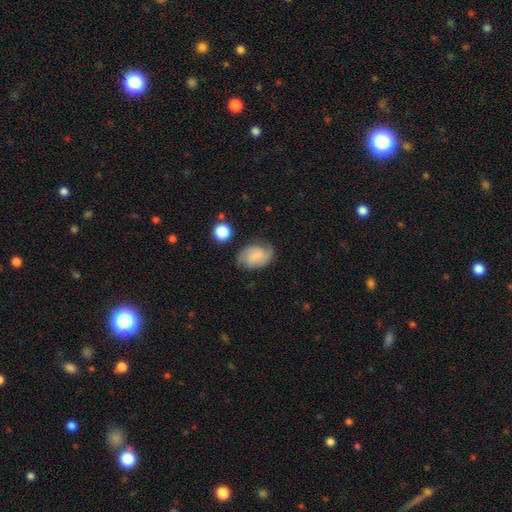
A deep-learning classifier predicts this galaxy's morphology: smooth_or_featured: featured or disk (p=0.49) [alt: smooth p=0.42]
merging: none (p=0.69) [alt: minor disturbance p=0.22]